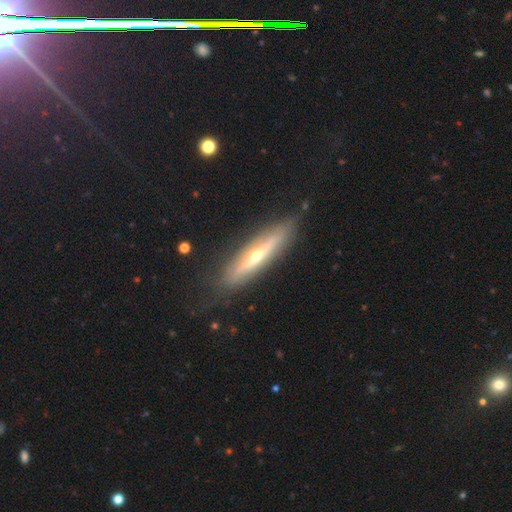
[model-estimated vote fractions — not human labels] featured or disk 69%, smooth 25%, star or artifact 6%. Down the decision tree: edge-on disk — yes (85%); edge-on bulge — rounded (83%); merging — none (81%).